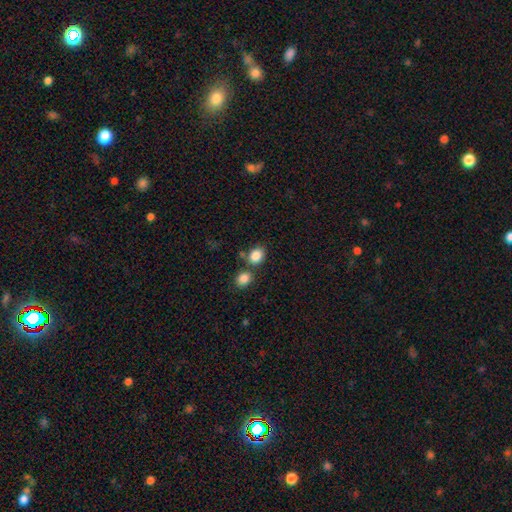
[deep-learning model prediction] Q: Smooth or featured?
A: smooth (86%); runner-up: star or artifact (9%)
Q: How rounded?
A: in between (59%); runner-up: round (40%)
Q: Merging?
A: none (62%); runner-up: merger (23%)